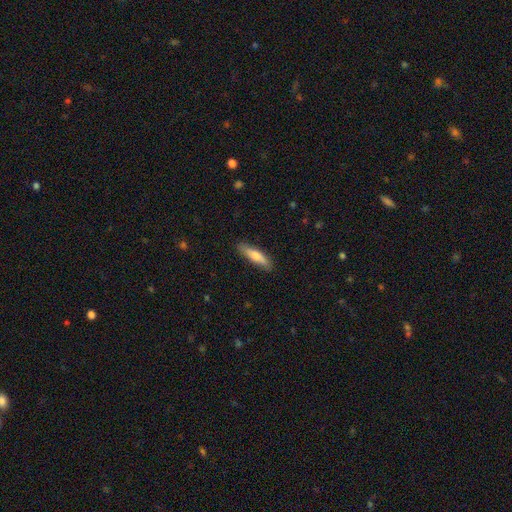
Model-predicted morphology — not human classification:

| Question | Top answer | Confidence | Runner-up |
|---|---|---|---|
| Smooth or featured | smooth | 66% | featured or disk (29%) |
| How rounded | cigar-shaped | 77% | in between (21%) |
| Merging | none | 87% | minor disturbance (10%) |